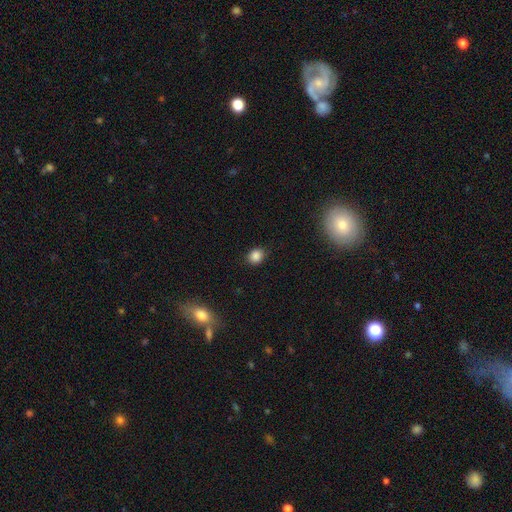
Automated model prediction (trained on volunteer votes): Smooth or featured? smooth (86%)
How rounded? round (62%)
Merging? none (86%)